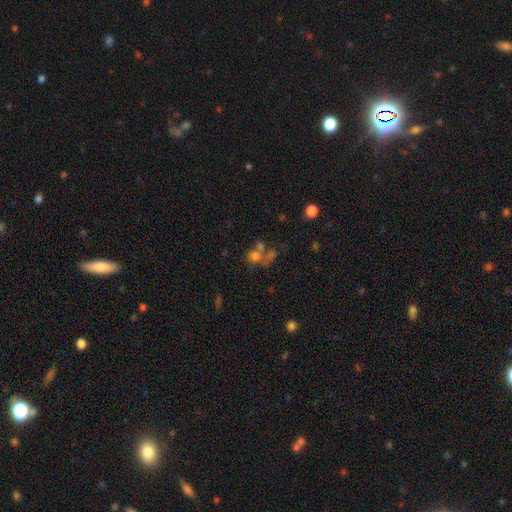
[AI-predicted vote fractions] smooth 60%, star or artifact 21%, featured or disk 18%. Down the decision tree: how rounded — round (78%); merging — merger (42%).